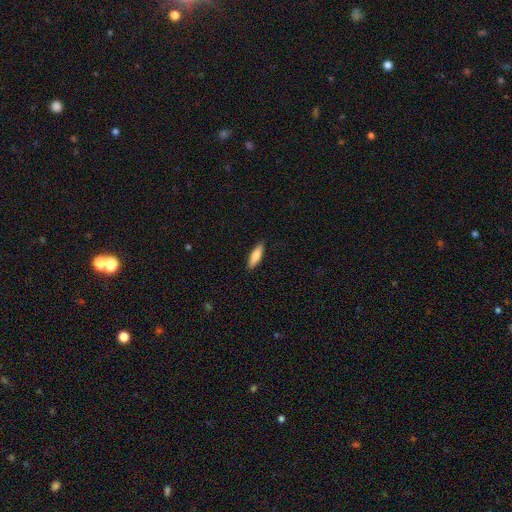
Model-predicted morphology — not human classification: Smooth or featured: smooth — 80% (featured or disk — 14%)
How rounded: cigar-shaped — 54% (in between — 44%)
Merging: none — 88% (minor disturbance — 9%)